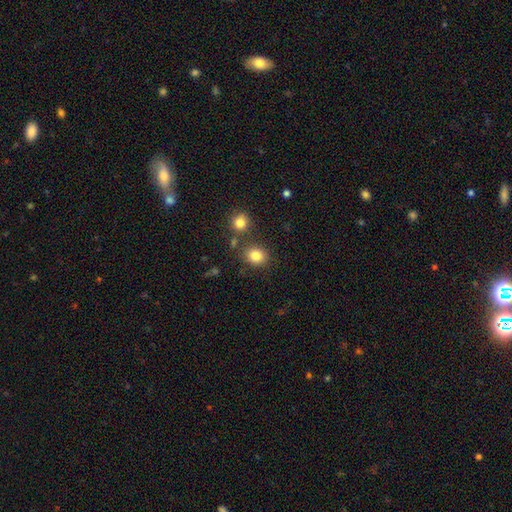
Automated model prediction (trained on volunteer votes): This is clearly a smooth galaxy (83%). How rounded: likely round (68%). Merging: likely none (77%).